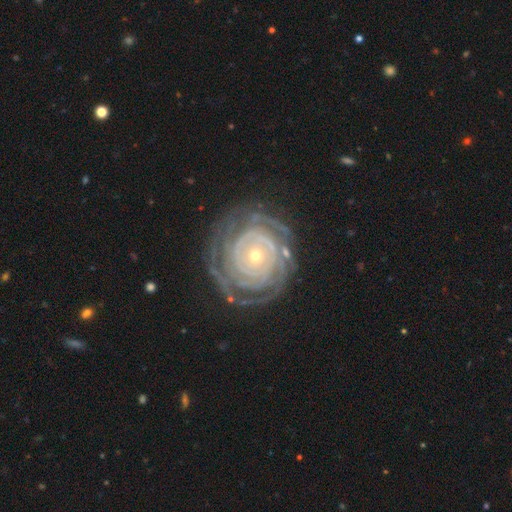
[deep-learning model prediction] A featured or disk galaxy (89%) with no bar (79%), tight (88%) spiral arms (96%) and a small central bulge (67%). Merging: none (75%).